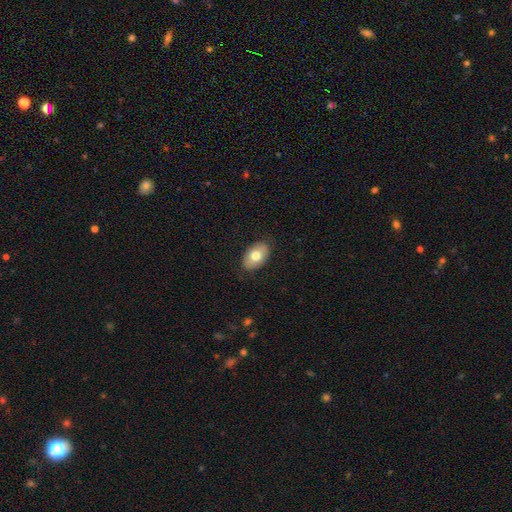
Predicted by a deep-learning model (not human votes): Smooth or featured? smooth (75%)
How rounded? in between (90%)
Merging? none (85%)